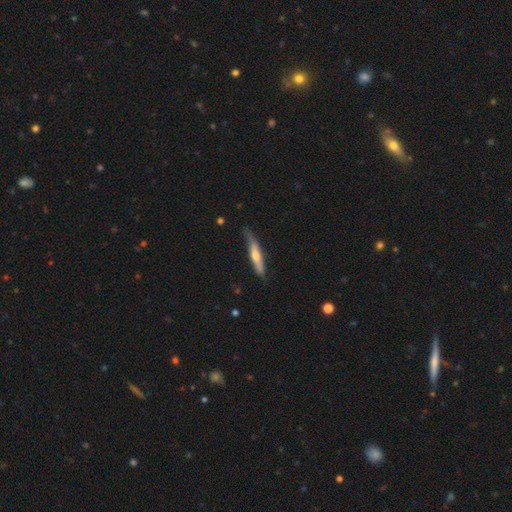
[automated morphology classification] Smooth or featured? smooth (51%)
How rounded? cigar-shaped (86%)
Merging? none (61%)